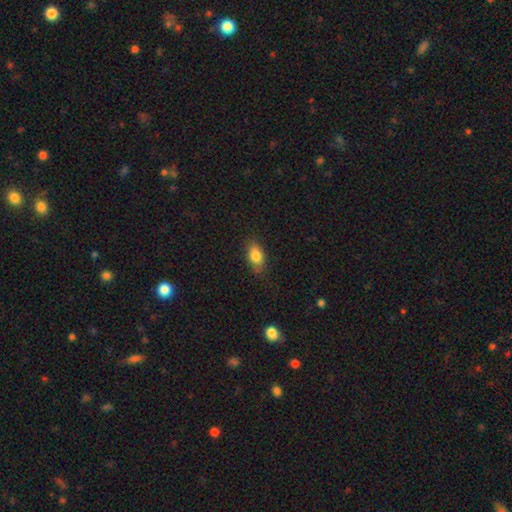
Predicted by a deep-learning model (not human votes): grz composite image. It shows a smooth galaxy with no disk features (83%) that is in between round and cigar-shaped (86%). Merging: none (80%).